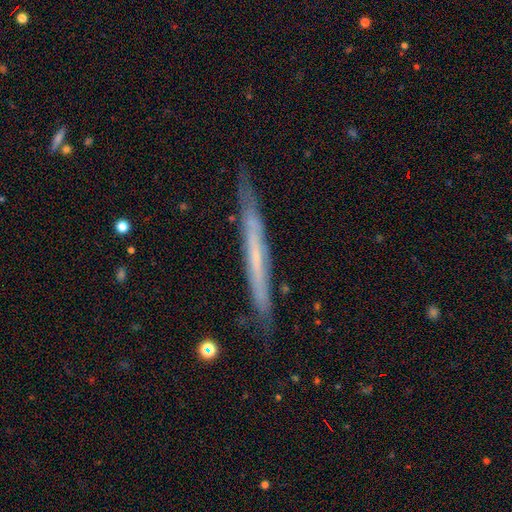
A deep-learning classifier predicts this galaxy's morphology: type=featured or disk (58%); edge-on=yes (93%); edge-on bulge=none (85%); merging=none (85%).